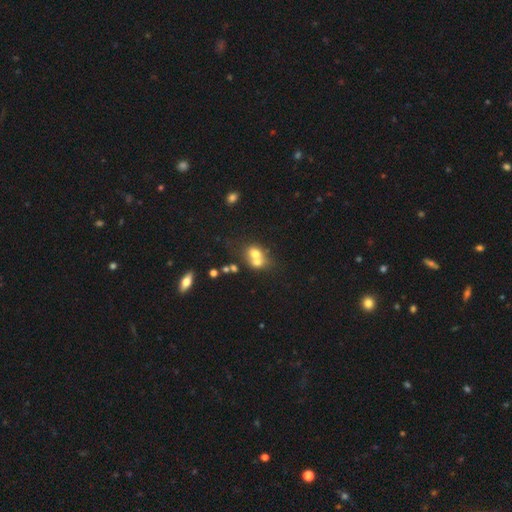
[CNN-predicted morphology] This appears to be a smooth galaxy with no disk features (64%) that is round (58%). Merging: merger (66%).